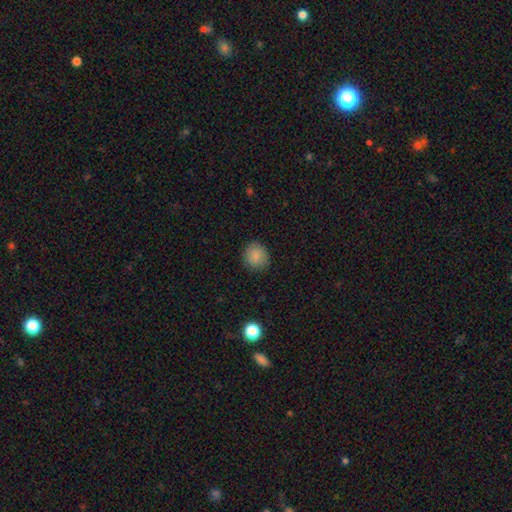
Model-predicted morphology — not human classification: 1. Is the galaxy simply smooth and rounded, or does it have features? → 86% smooth, 9% star or artifact, 4% featured or disk.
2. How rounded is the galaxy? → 85% round, 14% in between, 1% cigar-shaped.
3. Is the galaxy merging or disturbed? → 88% none, 9% minor disturbance, 3% major disturbance, 1% merger.